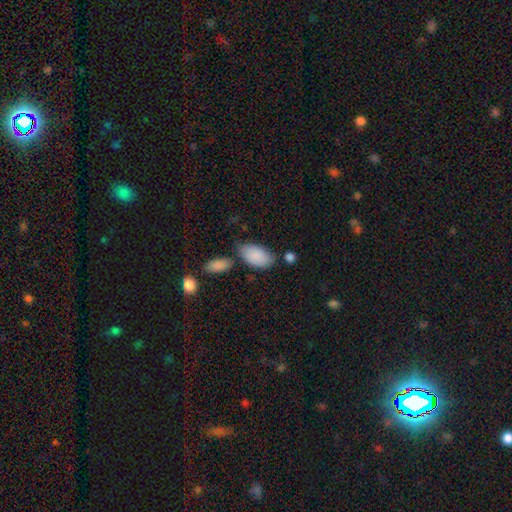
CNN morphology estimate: This is clearly a smooth galaxy (88%). How rounded: clearly in between (95%). Merging: likely none (62%).